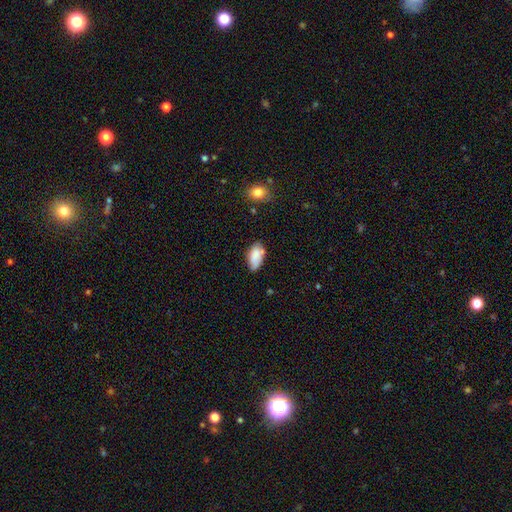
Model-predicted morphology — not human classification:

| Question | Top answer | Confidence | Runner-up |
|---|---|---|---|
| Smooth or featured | smooth | 80% | featured or disk (12%) |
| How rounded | in between | 93% | round (4%) |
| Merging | none | 55% | minor disturbance (30%) |